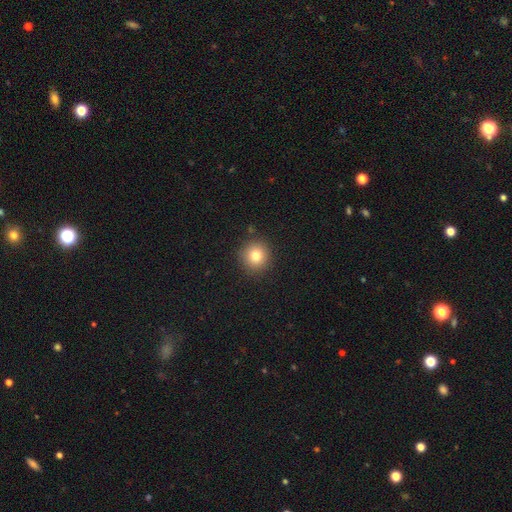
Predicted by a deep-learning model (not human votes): Smooth or featured? smooth (79%)
How rounded? round (93%)
Merging? none (89%)